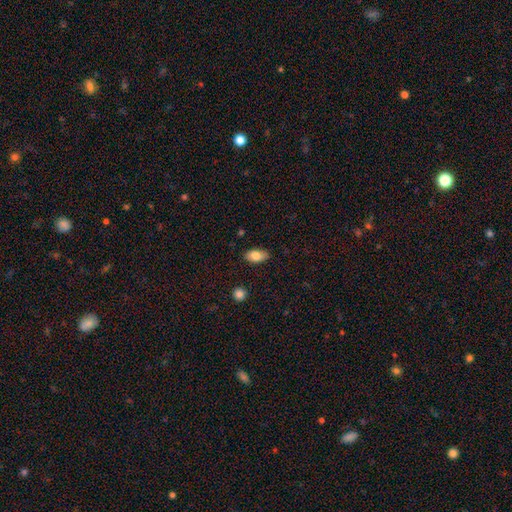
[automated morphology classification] A smooth galaxy with no disk features (83%) that is in between round and cigar-shaped (92%). Merging: none (84%).